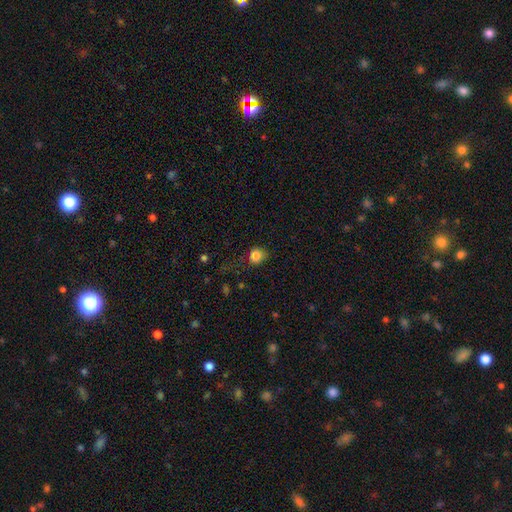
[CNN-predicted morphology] This appears to be a smooth galaxy with no disk features (83%) that is round (80%). Merging: none (64%).